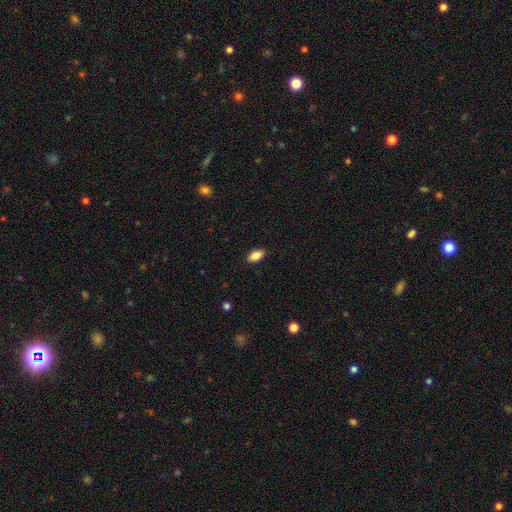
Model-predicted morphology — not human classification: Smooth or featured?
  - smooth: 86% *
  - star or artifact: 7%
  - featured or disk: 7%
How rounded?
  - in between: 92% *
  - cigar-shaped: 4%
  - round: 4%
Merging?
  - none: 89% *
  - minor disturbance: 8%
  - major disturbance: 2%
  - merger: 1%